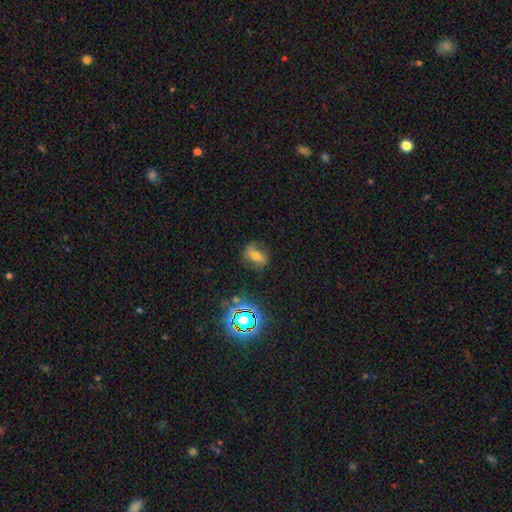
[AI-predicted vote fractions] The model was most divided on "smooth or featured": smooth: 42%, featured or disk: 36%, star or artifact: 22%. More confident: merging — none (70%).